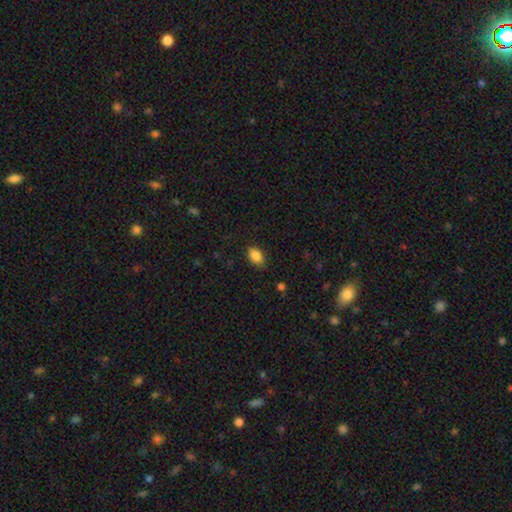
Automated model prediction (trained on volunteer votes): smooth 88%, star or artifact 8%, featured or disk 4%. Down the decision tree: how rounded — in between (88%); merging — none (82%).